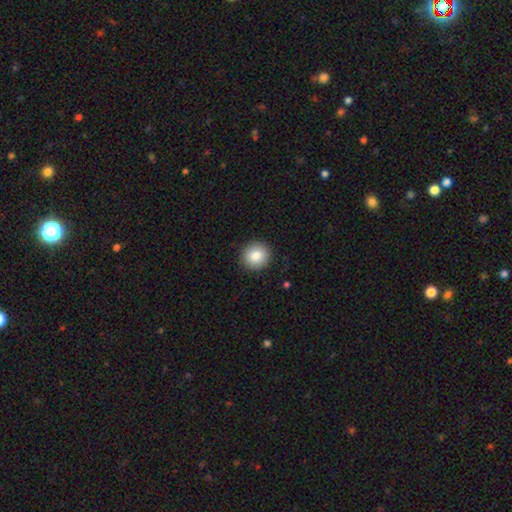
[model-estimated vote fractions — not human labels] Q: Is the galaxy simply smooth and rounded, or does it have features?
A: smooth — 85%.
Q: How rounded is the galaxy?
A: round — 92%.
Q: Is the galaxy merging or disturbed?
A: none — 91%.